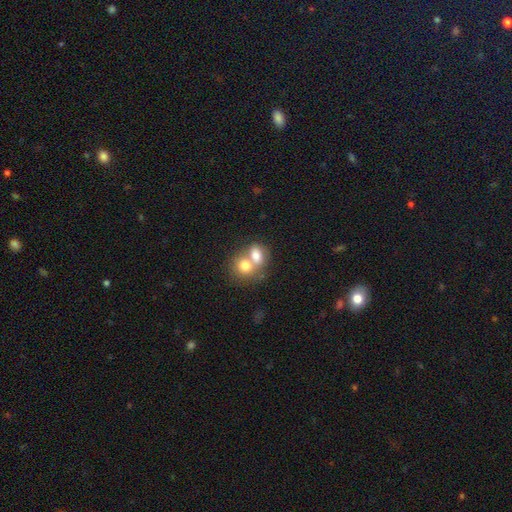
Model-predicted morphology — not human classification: type=smooth (74%); roundness=in between (54%); merging=merger (70%).